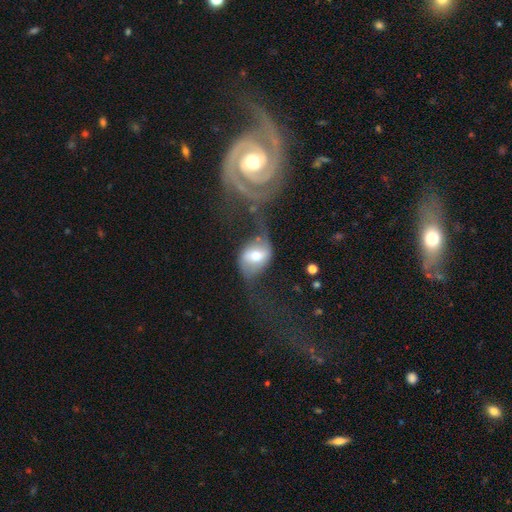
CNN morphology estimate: type=featured or disk (55%); edge-on=no (91%); bar=weak (36%); spiral arms=yes (64%); bulge=moderate (70%); merging=none (39%).